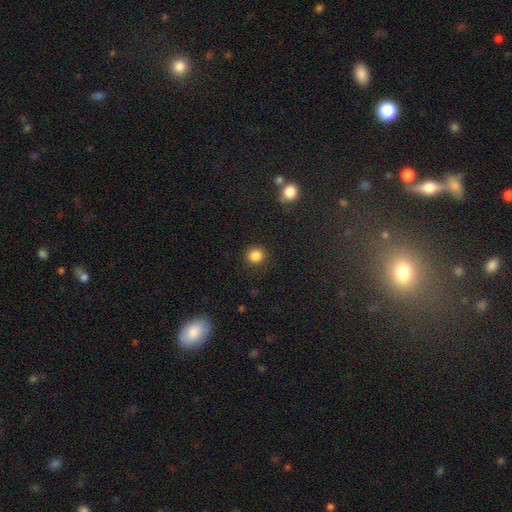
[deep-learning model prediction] smooth_or_featured: smooth (p=0.85) [alt: star or artifact p=0.11]
how_rounded: round (p=0.82) [alt: in between p=0.17]
merging: none (p=0.89) [alt: minor disturbance p=0.07]